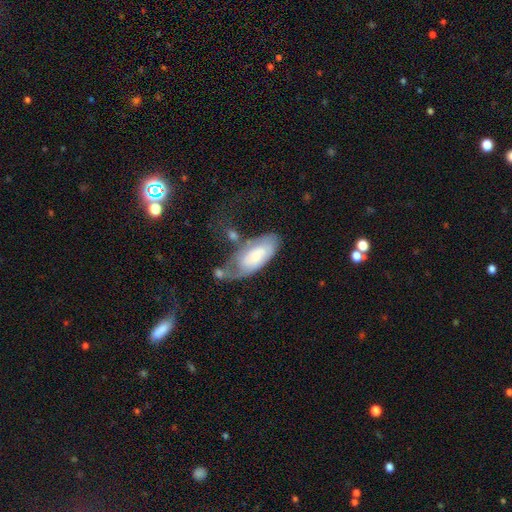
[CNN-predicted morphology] smooth_or_featured: smooth (p=0.54) [alt: featured or disk p=0.40]
how_rounded: in between (p=0.88) [alt: cigar-shaped p=0.09]
merging: none (p=0.29) [alt: major disturbance p=0.27]